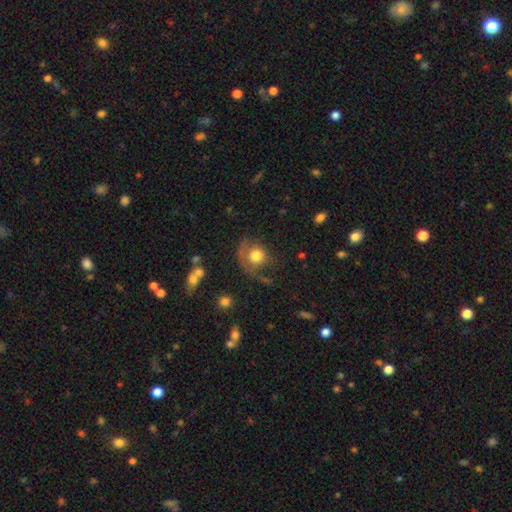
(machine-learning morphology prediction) type=smooth (64%); roundness=round (74%); merging=none (41%).